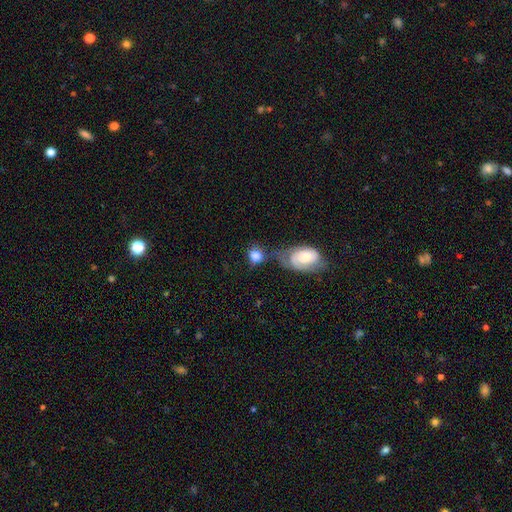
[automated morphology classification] Q: Smooth or featured?
A: smooth (72%); runner-up: featured or disk (19%)
Q: How rounded?
A: round (61%); runner-up: in between (37%)
Q: Merging?
A: none (41%); runner-up: merger (29%)